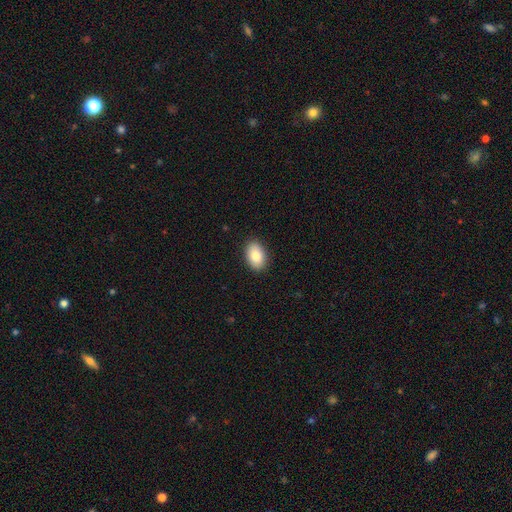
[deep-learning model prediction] Smooth or featured? Predicted: smooth (p=0.86). How rounded? Predicted: in between (p=0.90). Merging? Predicted: none (p=0.89).